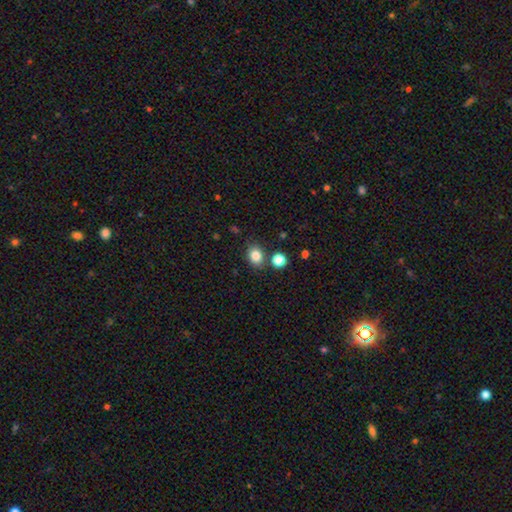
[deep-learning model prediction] smooth-or-featured: smooth: 84% | star or artifact: 11% | featured or disk: 5%
  how-rounded: round: 51% | in between: 48% | cigar-shaped: 1%
  merging: none: 77% | minor disturbance: 11% | merger: 9% | major disturbance: 3%